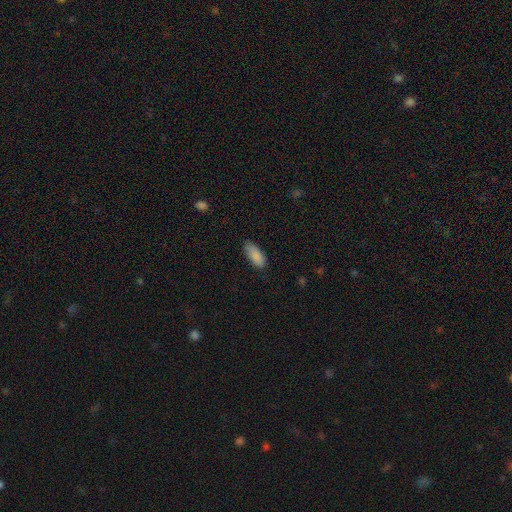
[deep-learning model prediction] Smooth or featured? Predicted: smooth (p=0.89). How rounded? Predicted: in between (p=0.81). Merging? Predicted: none (p=0.78).